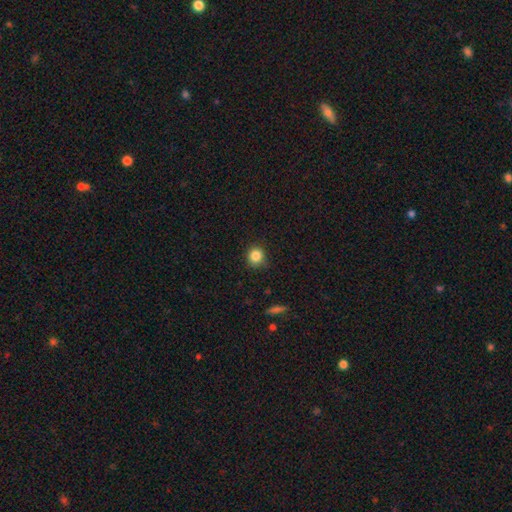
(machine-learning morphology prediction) Q: Smooth or featured?
A: smooth (84%); runner-up: star or artifact (11%)
Q: How rounded?
A: round (89%); runner-up: in between (10%)
Q: Merging?
A: none (83%); runner-up: minor disturbance (13%)